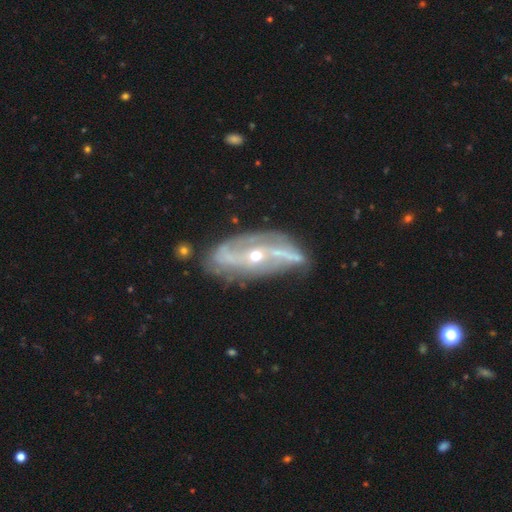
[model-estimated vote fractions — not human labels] This appears to be a featured or disk galaxy (87%) with no bar (39%), 2 (76%) loose (42%) spiral arms (92%) and a small central bulge (55%). Merging: none (65%).